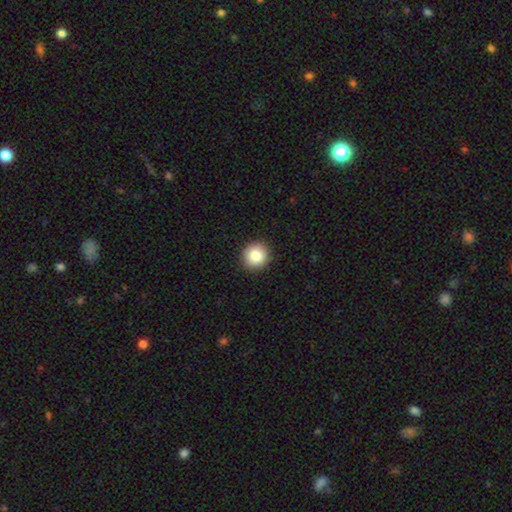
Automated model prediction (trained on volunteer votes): Smooth or featured? smooth (87%)
How rounded? round (93%)
Merging? none (92%)